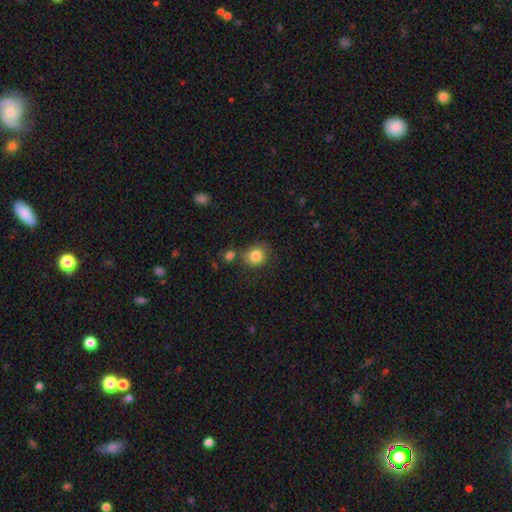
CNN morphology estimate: This is clearly a smooth galaxy (83%). How rounded: likely round (72%). Merging: likely none (67%).